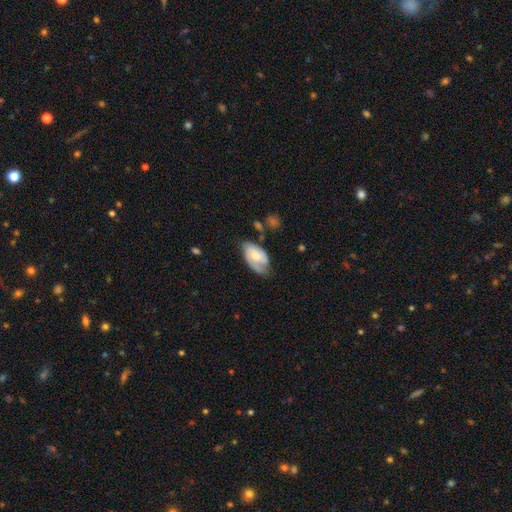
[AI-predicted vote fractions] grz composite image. It shows a featured or disk galaxy (57%) with no bar (54%), spiral arms (84%) and a moderate central bulge (52%). Merging: none (55%).